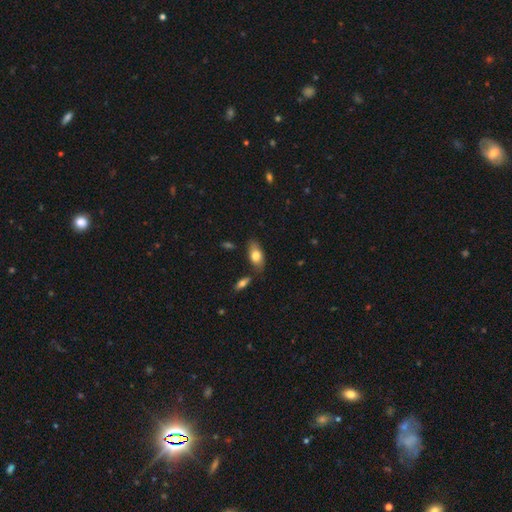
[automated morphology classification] Smooth or featured?
  - smooth: 74% *
  - featured or disk: 19%
  - star or artifact: 6%
How rounded?
  - in between: 89% *
  - cigar-shaped: 7%
  - round: 4%
Merging?
  - none: 75% *
  - minor disturbance: 15%
  - merger: 7%
  - major disturbance: 3%